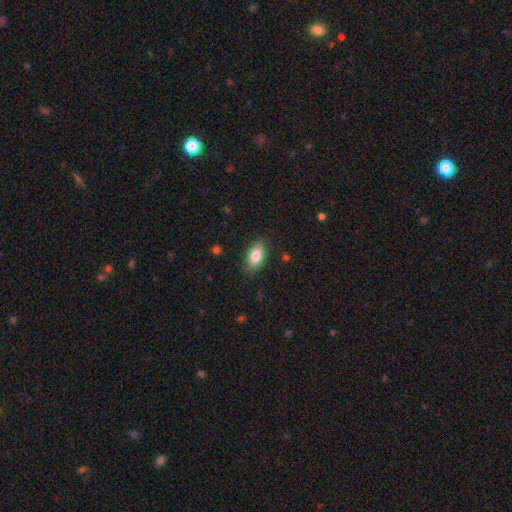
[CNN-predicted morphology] type=smooth (84%); roundness=in between (90%); merging=none (84%).